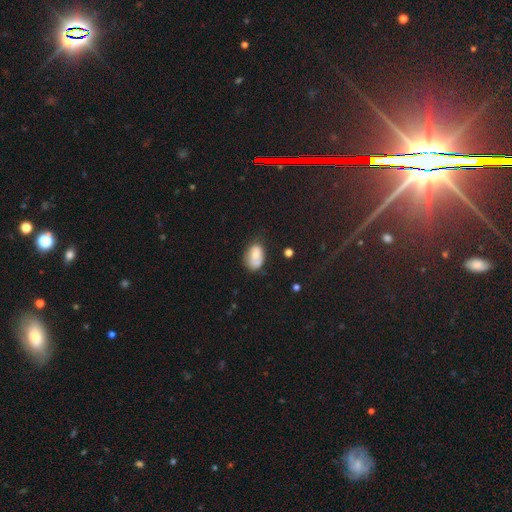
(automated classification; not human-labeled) A smooth galaxy with no disk features (69%) that is in between round and cigar-shaped (84%). Merging: none (49%).